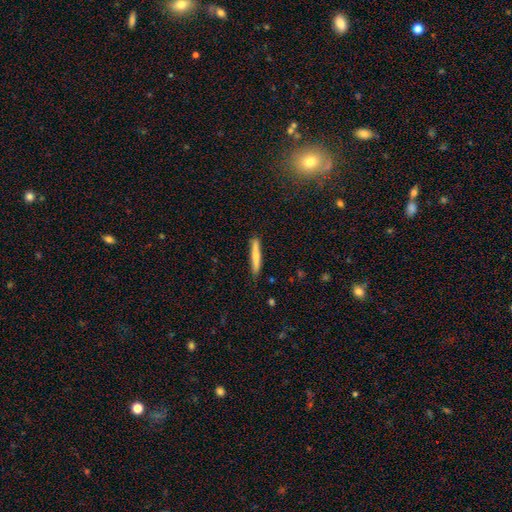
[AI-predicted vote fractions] Smooth or featured? smooth (64%)
How rounded? cigar-shaped (94%)
Merging? none (85%)